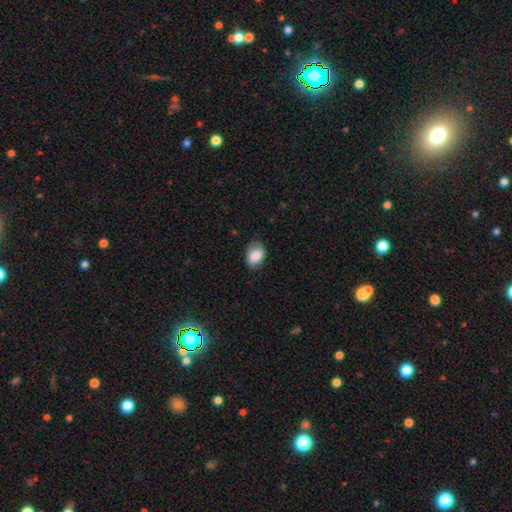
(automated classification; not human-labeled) The model was most divided on "merging": none: 66%, minor disturbance: 26%, major disturbance: 6%, merger: 1%. More confident: how rounded — in between (82%); smooth or featured — smooth (78%).